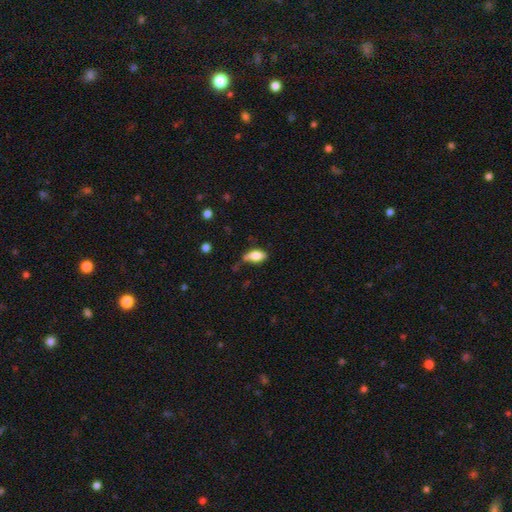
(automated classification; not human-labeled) A smooth galaxy with no disk features (76%) that is in between round and cigar-shaped (87%).

Vote fractions:
- Smooth or featured? smooth: 76% / featured or disk: 16% / star or artifact: 8%
- How rounded? in between: 87% / cigar-shaped: 8% / round: 4%
- Merging? none: 48% / minor disturbance: 32% / major disturbance: 12% / merger: 8%